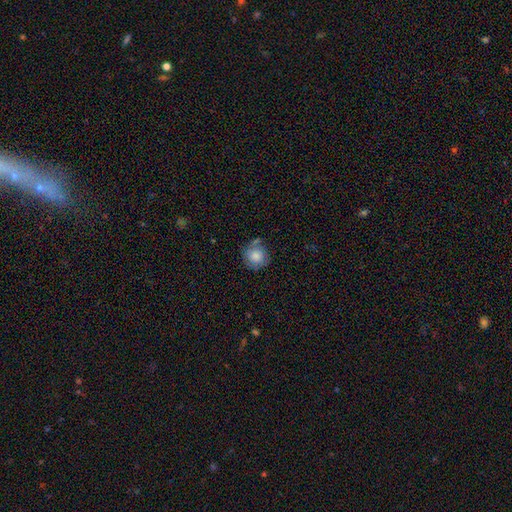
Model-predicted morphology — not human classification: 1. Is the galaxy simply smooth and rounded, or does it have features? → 81% smooth, 12% featured or disk, 8% star or artifact.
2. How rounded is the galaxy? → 89% round, 10% in between, 1% cigar-shaped.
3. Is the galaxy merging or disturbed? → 66% none, 20% minor disturbance, 9% merger, 5% major disturbance.